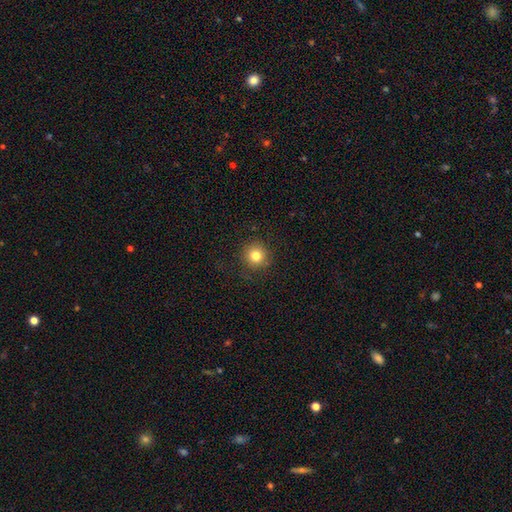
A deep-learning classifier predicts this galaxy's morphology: Smooth or featured: smooth — 81% (star or artifact — 12%)
How rounded: round — 95% (in between — 4%)
Merging: none — 90% (minor disturbance — 7%)